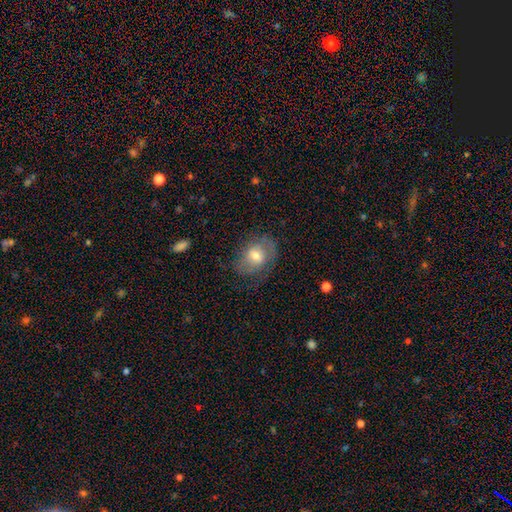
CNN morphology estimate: Q: Smooth or featured?
A: smooth (50%); runner-up: featured or disk (42%)
Q: Merging?
A: none (58%); runner-up: minor disturbance (24%)